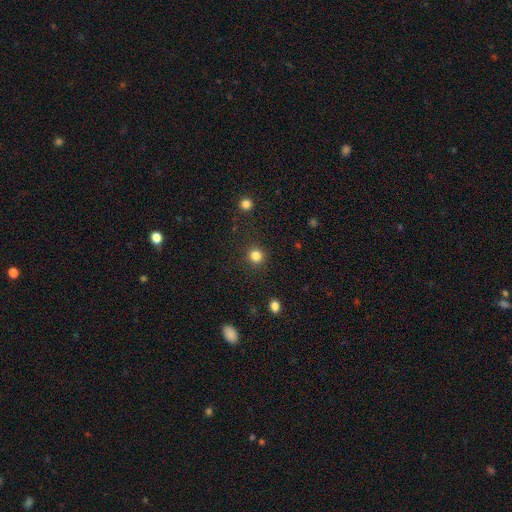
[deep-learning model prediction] Smooth or featured? smooth (83%)
How rounded? round (91%)
Merging? none (89%)